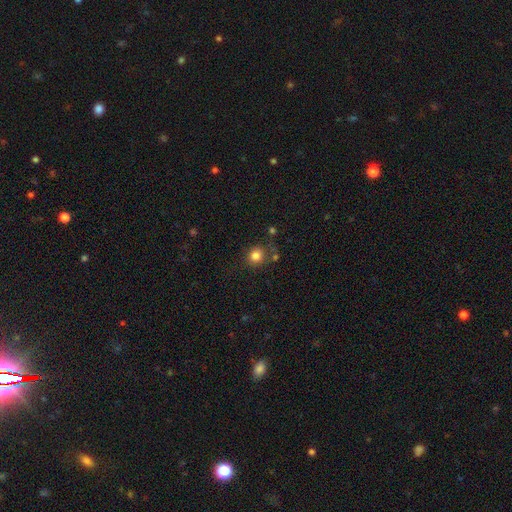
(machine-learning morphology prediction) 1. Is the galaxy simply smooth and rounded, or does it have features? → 81% smooth, 12% star or artifact, 7% featured or disk.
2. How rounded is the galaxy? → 85% round, 14% in between, 1% cigar-shaped.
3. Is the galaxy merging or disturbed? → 74% none, 13% minor disturbance, 8% merger, 5% major disturbance.